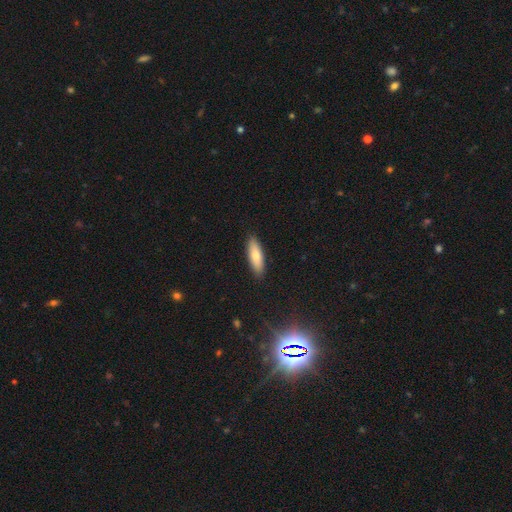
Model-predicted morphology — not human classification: A smooth galaxy with no disk features (75%) that is cigar-shaped (50%).

Vote fractions:
- Smooth or featured? smooth: 75% / featured or disk: 19% / star or artifact: 6%
- How rounded? cigar-shaped: 50% / in between: 48% / round: 2%
- Merging? none: 90% / minor disturbance: 8% / major disturbance: 2% / merger: 1%